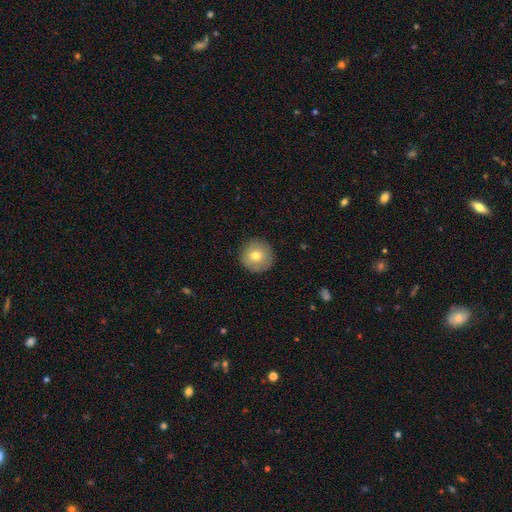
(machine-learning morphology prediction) smooth_or_featured: smooth (p=0.75) [alt: featured or disk p=0.16]
how_rounded: round (p=0.95) [alt: in between p=0.04]
merging: none (p=0.90) [alt: minor disturbance p=0.07]